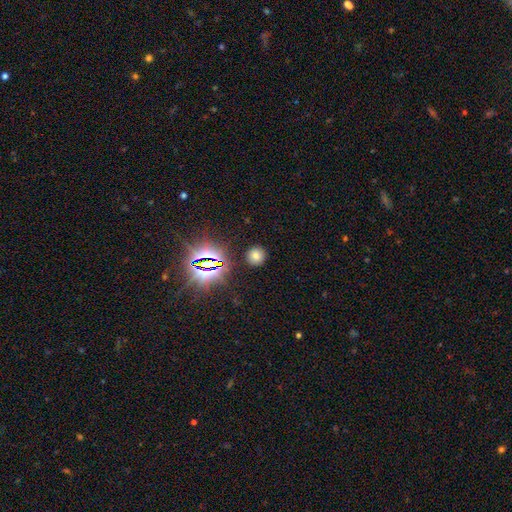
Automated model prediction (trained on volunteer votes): smooth_or_featured: smooth (p=0.69) [alt: star or artifact p=0.23]
how_rounded: round (p=0.87) [alt: in between p=0.12]
merging: none (p=0.89) [alt: minor disturbance p=0.07]